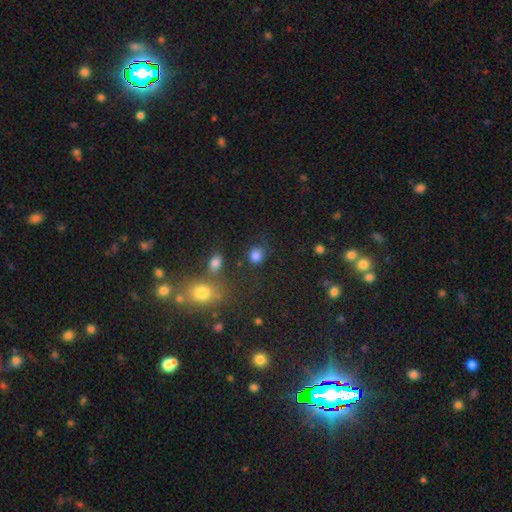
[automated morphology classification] Overall: smooth (82%). How rounded: round (77%). Merging: none (72%).